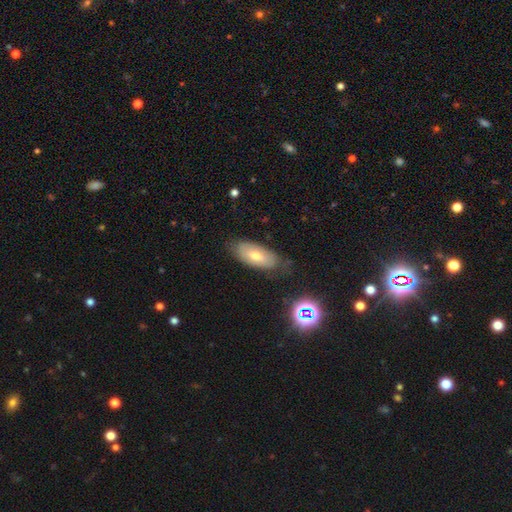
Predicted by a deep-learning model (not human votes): This appears to be a smooth galaxy with no disk features (58%) that is in between round and cigar-shaped (86%). Merging: none (74%).